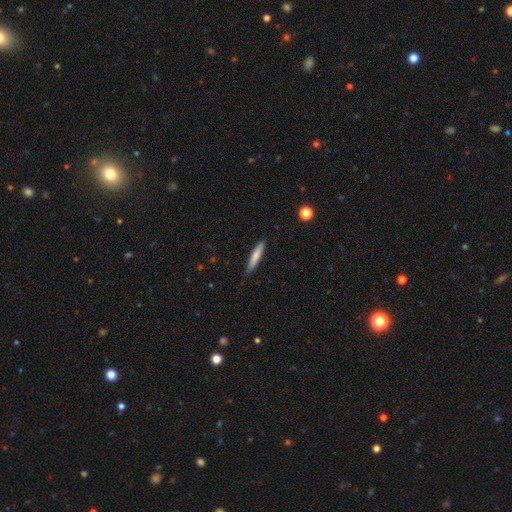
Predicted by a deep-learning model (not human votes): A smooth galaxy with no disk features (73%) that is cigar-shaped (90%). Merging: none (82%).